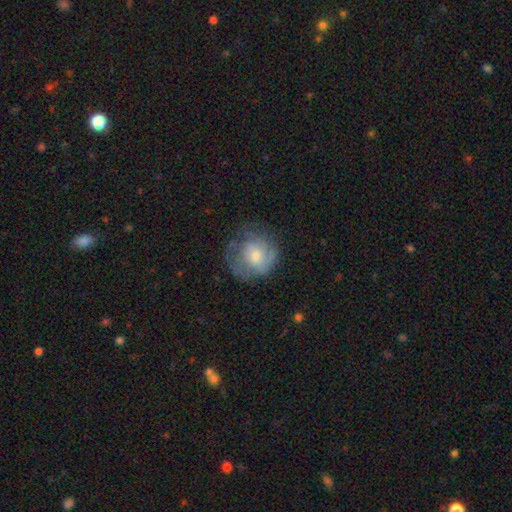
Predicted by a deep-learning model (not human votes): Smooth or featured? Predicted: featured or disk (p=0.53). Edge-on disk? Predicted: no (p=0.97). Bar? Predicted: no (p=0.75). Spiral arms? Predicted: yes (p=0.75). Bulge size? Predicted: moderate (p=0.46). Merging? Predicted: none (p=0.59).